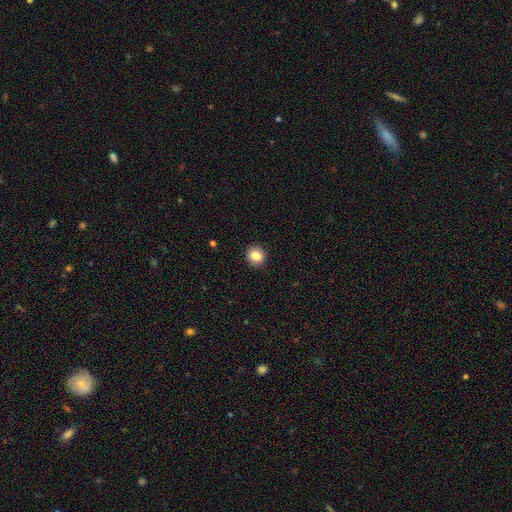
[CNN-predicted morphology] This is clearly a smooth galaxy (84%). How rounded: clearly round (90%). Merging: clearly none (93%).